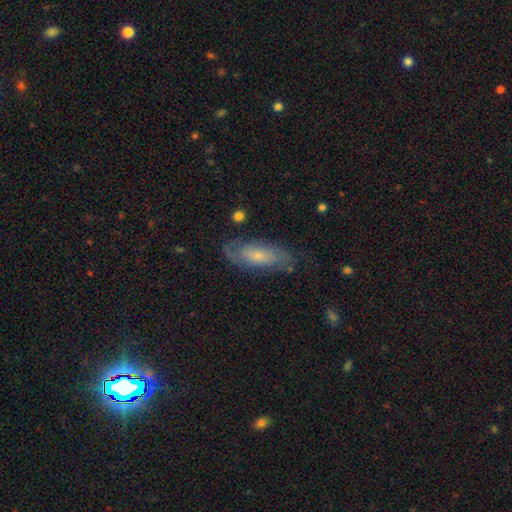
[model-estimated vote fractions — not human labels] Smooth or featured?
  - featured or disk: 51% *
  - smooth: 42%
  - star or artifact: 7%
Edge-on disk?
  - no: 85% *
  - yes: 15%
Merging?
  - none: 69% *
  - minor disturbance: 20%
  - major disturbance: 8%
  - merger: 2%